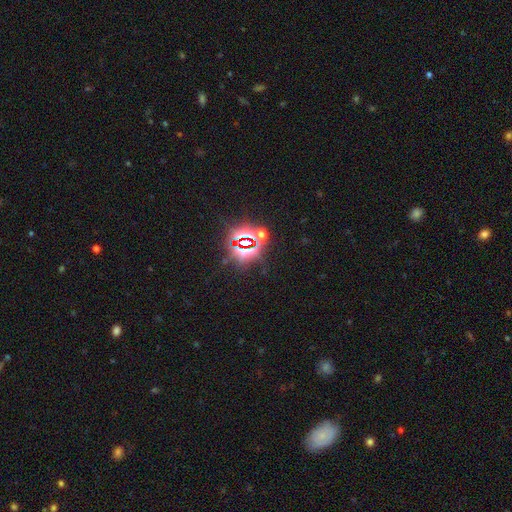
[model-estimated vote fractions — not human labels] smooth_or_featured: star or artifact (p=0.82) [alt: smooth p=0.11]